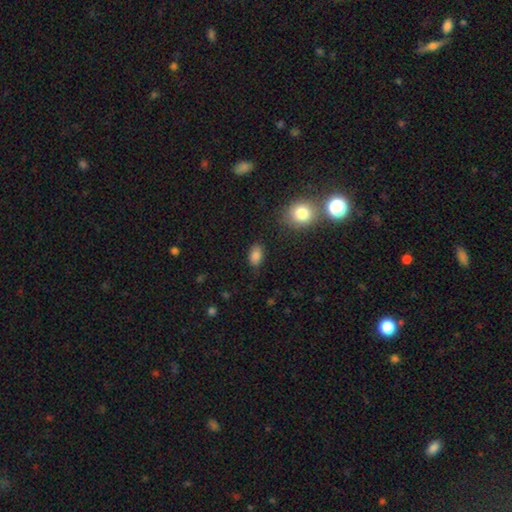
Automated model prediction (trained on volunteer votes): This appears to be a smooth galaxy with no disk features (85%) that is in between round and cigar-shaped (87%). Merging: none (82%).